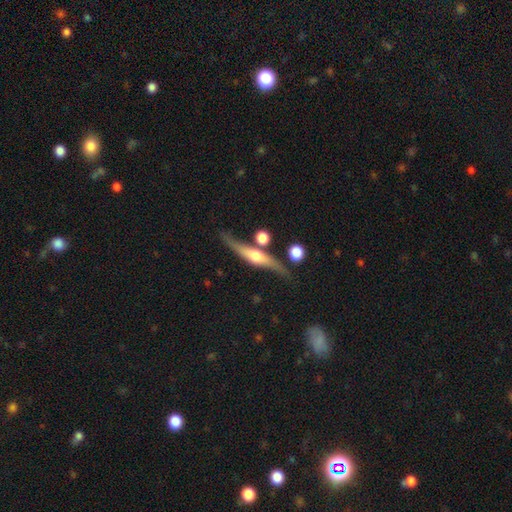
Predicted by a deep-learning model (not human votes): This is likely a featured or disk galaxy (74%). It is clearly viewed edge-on (89%). Edge-on bulge: clearly rounded (90%). Merging: likely none (67%).